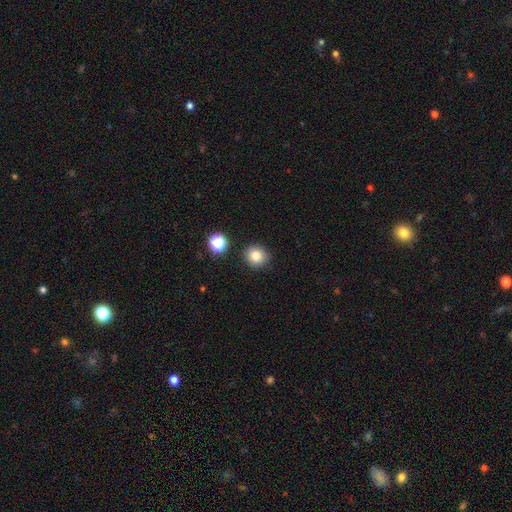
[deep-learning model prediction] smooth 81%, star or artifact 12%, featured or disk 6%. Down the decision tree: how rounded — round (88%); merging — none (87%).